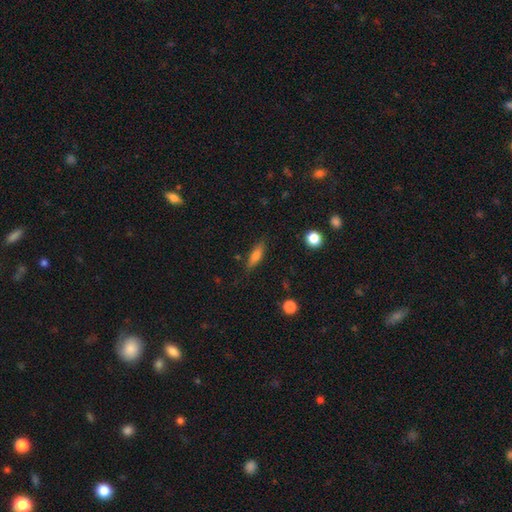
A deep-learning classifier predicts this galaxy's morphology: smooth_or_featured: smooth (p=0.68) [alt: featured or disk p=0.23]
how_rounded: cigar-shaped (p=0.51) [alt: in between p=0.46]
merging: none (p=0.81) [alt: minor disturbance p=0.13]